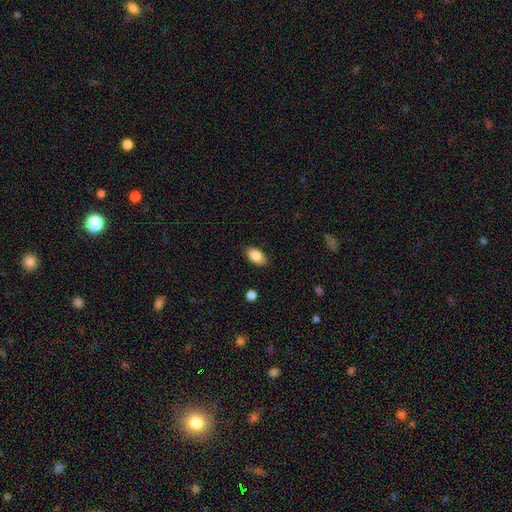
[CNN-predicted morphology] A smooth galaxy with no disk features (85%) that is in between round and cigar-shaped (92%). Merging: none (86%).